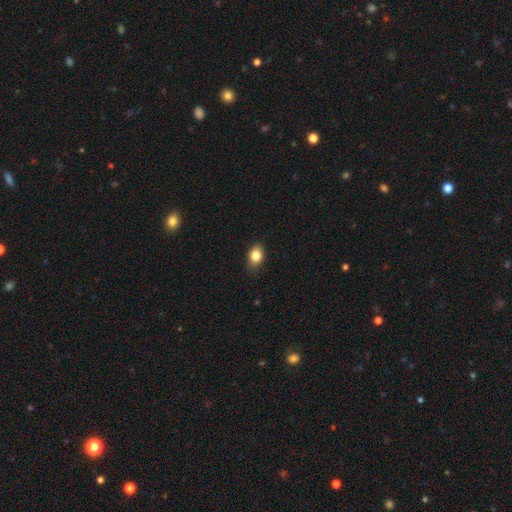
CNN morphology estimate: type=smooth (81%); roundness=in between (79%); merging=none (84%).